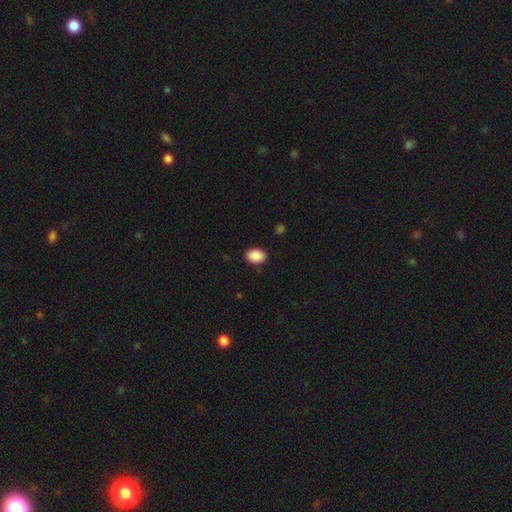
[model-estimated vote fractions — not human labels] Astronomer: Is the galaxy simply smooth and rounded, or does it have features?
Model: smooth — 90%.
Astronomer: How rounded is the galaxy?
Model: in between — 80%.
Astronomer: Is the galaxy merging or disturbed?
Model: none — 88%.